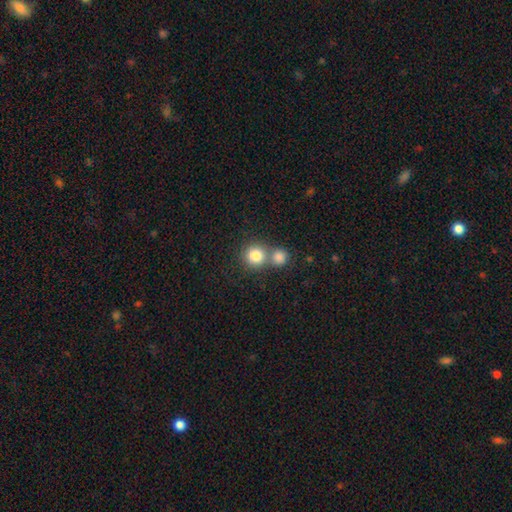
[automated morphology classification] Smooth or featured? smooth (82%)
How rounded? round (90%)
Merging? none (48%)